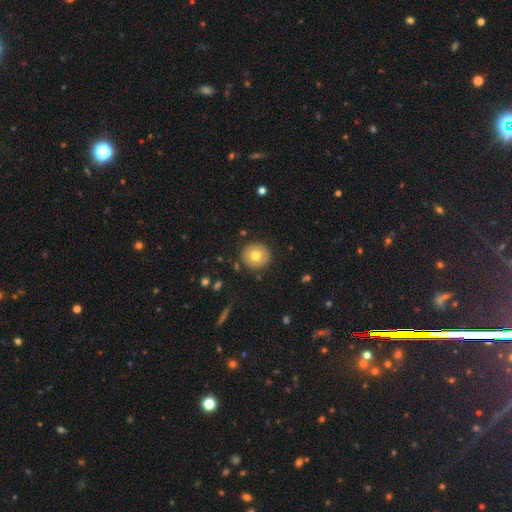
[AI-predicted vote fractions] Smooth or featured: smooth — 72% (featured or disk — 19%)
How rounded: round — 93% (in between — 6%)
Merging: none — 89% (minor disturbance — 7%)